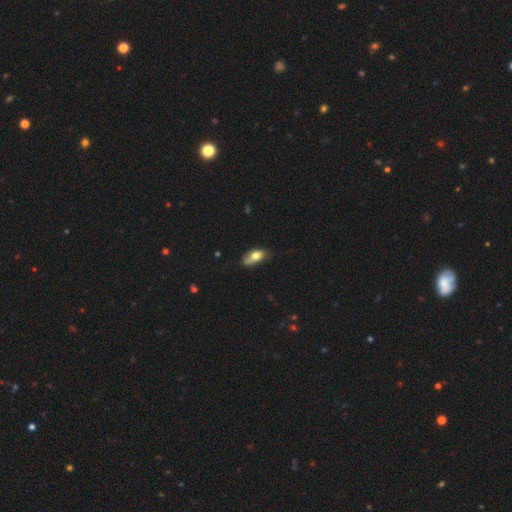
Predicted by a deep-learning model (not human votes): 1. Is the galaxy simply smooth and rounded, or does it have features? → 69% smooth, 24% featured or disk, 8% star or artifact.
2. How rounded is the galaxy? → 82% in between, 13% cigar-shaped, 5% round.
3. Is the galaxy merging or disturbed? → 51% none, 34% minor disturbance, 10% major disturbance, 5% merger.